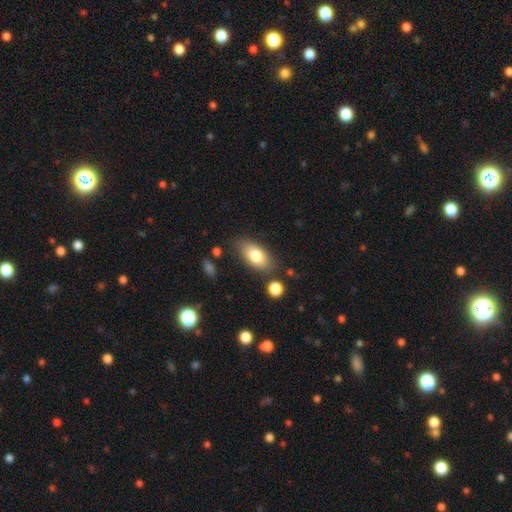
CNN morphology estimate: The model was most divided on "smooth or featured": smooth: 80%, featured or disk: 13%, star or artifact: 7%. More confident: how rounded — in between (89%); merging — none (80%).